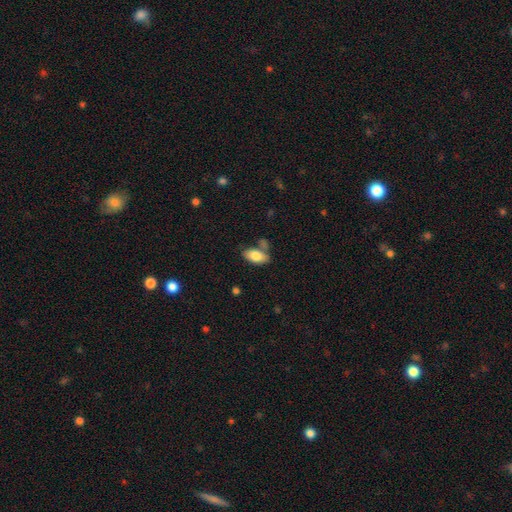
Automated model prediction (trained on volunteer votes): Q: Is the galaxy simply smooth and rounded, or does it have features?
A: smooth — 81%.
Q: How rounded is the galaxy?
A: in between — 92%.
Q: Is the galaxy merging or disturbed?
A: none — 61%.